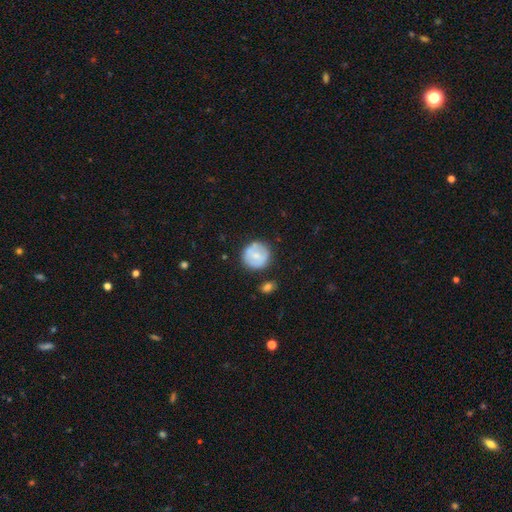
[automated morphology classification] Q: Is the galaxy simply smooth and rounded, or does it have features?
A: smooth — 64%.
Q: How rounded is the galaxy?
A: round — 92%.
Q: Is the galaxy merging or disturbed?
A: none — 75%.